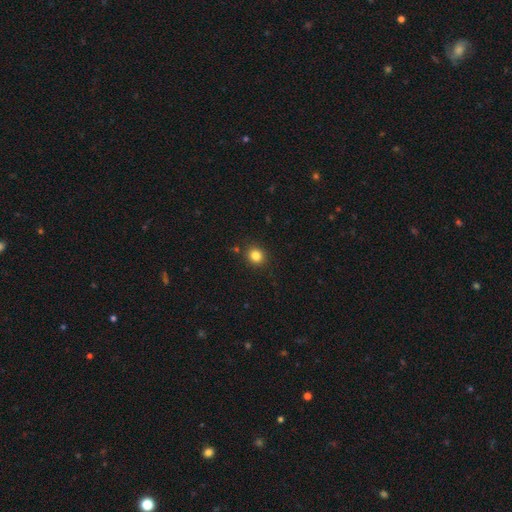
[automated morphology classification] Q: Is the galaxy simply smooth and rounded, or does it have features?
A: smooth — 83%.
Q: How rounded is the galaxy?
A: round — 84%.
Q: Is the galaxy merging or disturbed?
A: none — 89%.